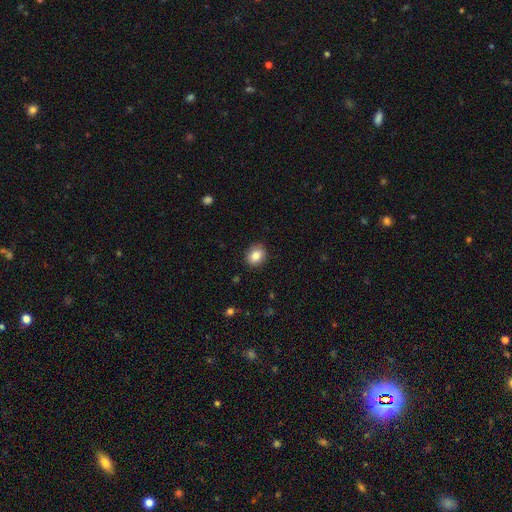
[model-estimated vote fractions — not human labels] Morphology: type=smooth (84%); roundness=round (65%); merging=none (90%).